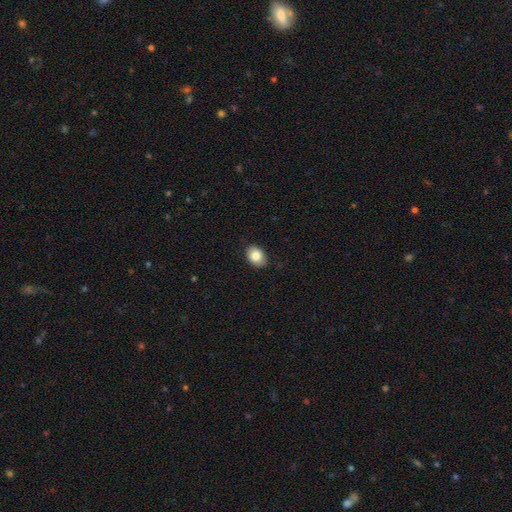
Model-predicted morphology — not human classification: smooth 84%, featured or disk 8%, star or artifact 8%. Down the decision tree: how rounded — in between (70%); merging — none (85%).